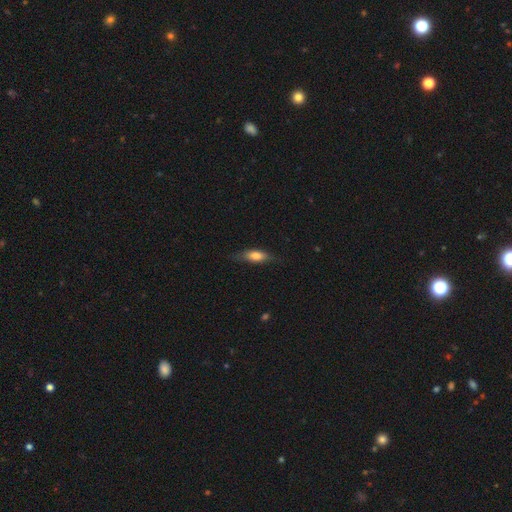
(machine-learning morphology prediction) type=smooth (73%); roundness=in between (65%); merging=none (71%).